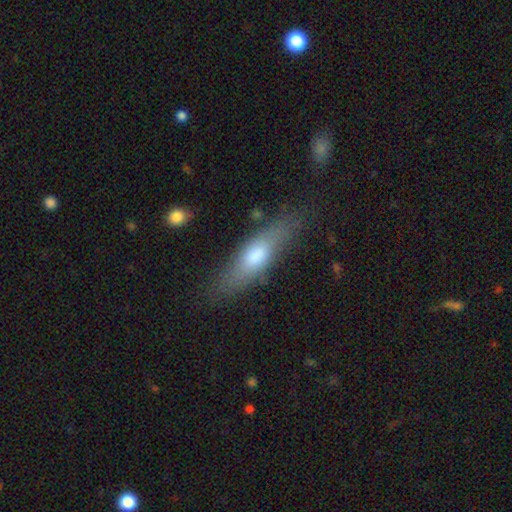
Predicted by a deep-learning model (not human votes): smooth_or_featured: smooth (p=0.65) [alt: featured or disk p=0.29]
how_rounded: cigar-shaped (p=0.56) [alt: in between p=0.41]
merging: none (p=0.76) [alt: minor disturbance p=0.16]